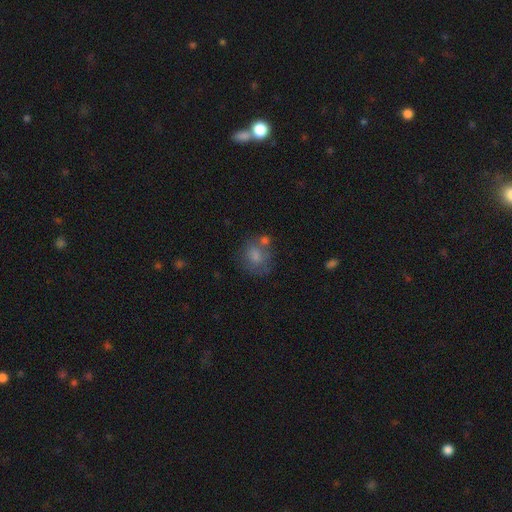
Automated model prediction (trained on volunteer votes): smooth-or-featured: smooth: 74% | featured or disk: 16% | star or artifact: 10%
  how-rounded: round: 67% | in between: 32% | cigar-shaped: 1%
  merging: none: 46% | merger: 24% | minor disturbance: 19% | major disturbance: 11%